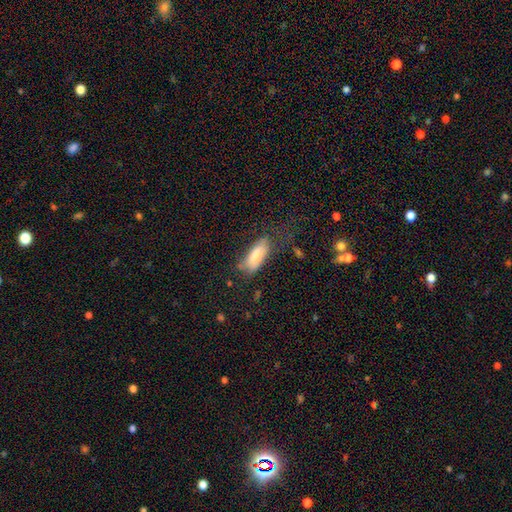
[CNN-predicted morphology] type=smooth (76%); roundness=in between (75%); merging=none (46%).